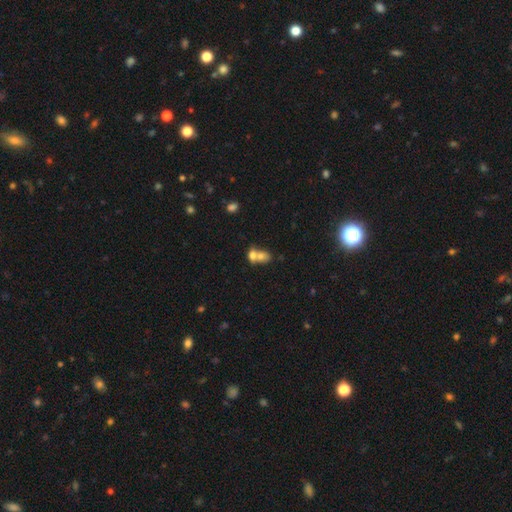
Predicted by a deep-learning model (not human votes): smooth_or_featured: smooth (p=0.69) [alt: featured or disk p=0.20]
how_rounded: in between (p=0.61) [alt: round p=0.37]
merging: merger (p=0.74) [alt: none p=0.17]